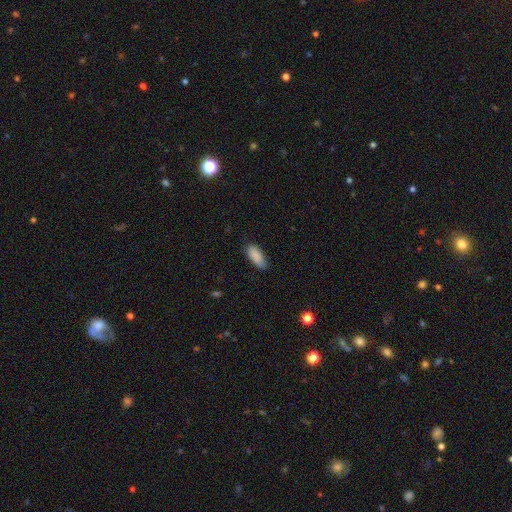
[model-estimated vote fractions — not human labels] smooth 89%, star or artifact 7%, featured or disk 4%. Down the decision tree: how rounded — in between (80%); merging — none (76%).